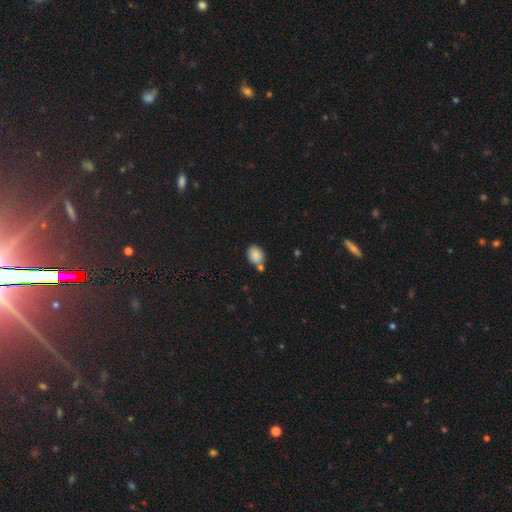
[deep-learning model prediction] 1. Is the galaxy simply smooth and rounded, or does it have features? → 86% smooth, 9% star or artifact, 5% featured or disk.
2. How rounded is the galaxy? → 56% in between, 43% round, 1% cigar-shaped.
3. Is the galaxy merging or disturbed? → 58% none, 24% merger, 15% minor disturbance, 4% major disturbance.